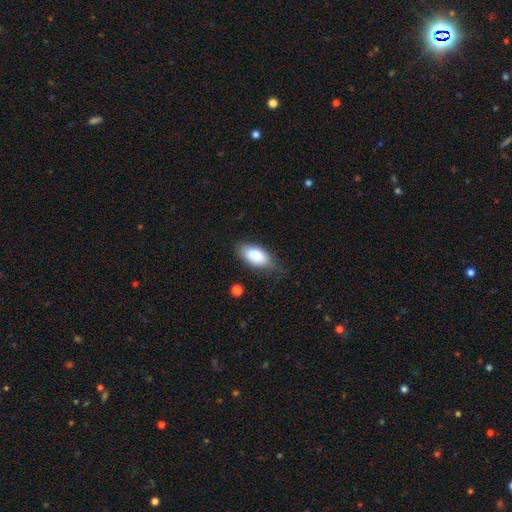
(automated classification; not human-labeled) This appears to be a smooth galaxy with no disk features (83%) that is in between round and cigar-shaped (92%). Merging: none (66%).